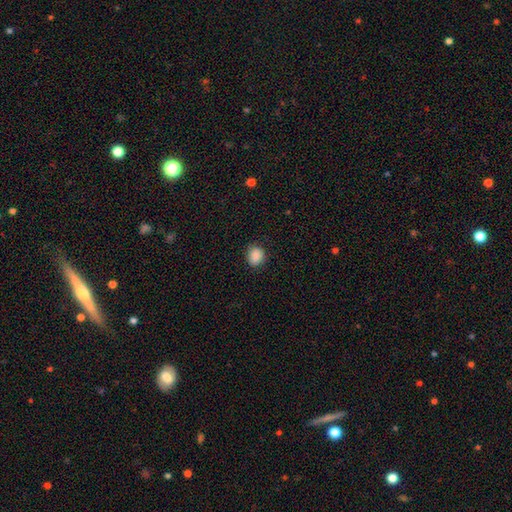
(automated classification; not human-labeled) A smooth galaxy with no disk features (88%) that is round (67%). Merging: none (82%).